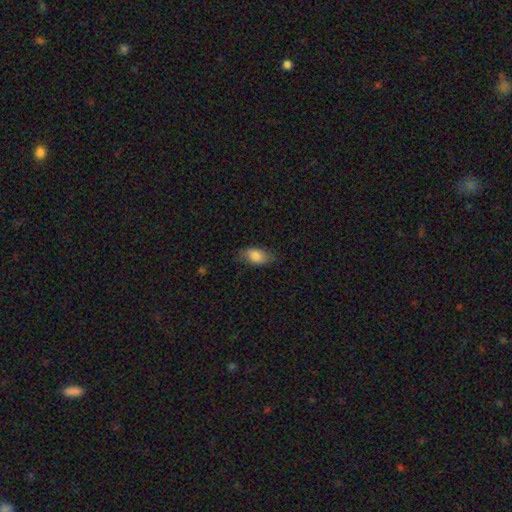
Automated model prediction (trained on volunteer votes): smooth_or_featured: smooth (p=0.84) [alt: featured or disk p=0.10]
how_rounded: in between (p=0.91) [alt: round p=0.06]
merging: none (p=0.74) [alt: minor disturbance p=0.20]